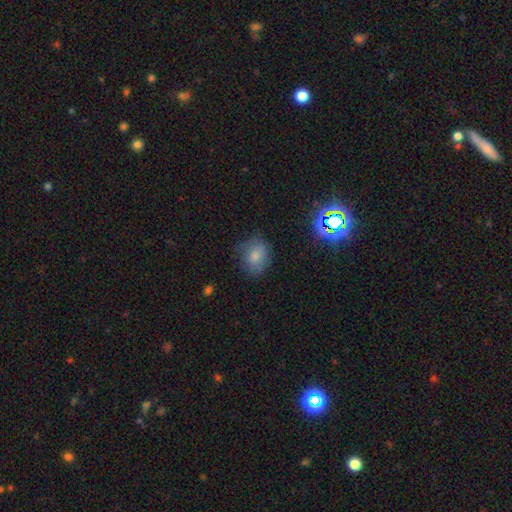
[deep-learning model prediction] Smooth or featured: smooth — 74% (featured or disk — 15%)
How rounded: round — 52% (in between — 47%)
Merging: none — 60% (minor disturbance — 28%)